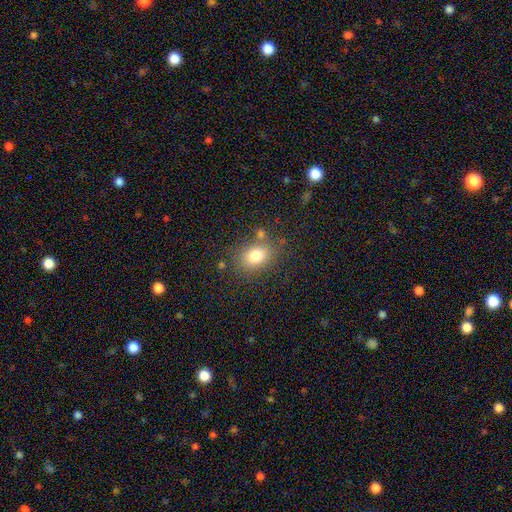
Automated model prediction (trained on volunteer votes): smooth-or-featured: smooth: 78% | star or artifact: 11% | featured or disk: 10%
  how-rounded: in between: 59% | round: 39% | cigar-shaped: 1%
  merging: none: 75% | minor disturbance: 13% | merger: 7% | major disturbance: 5%